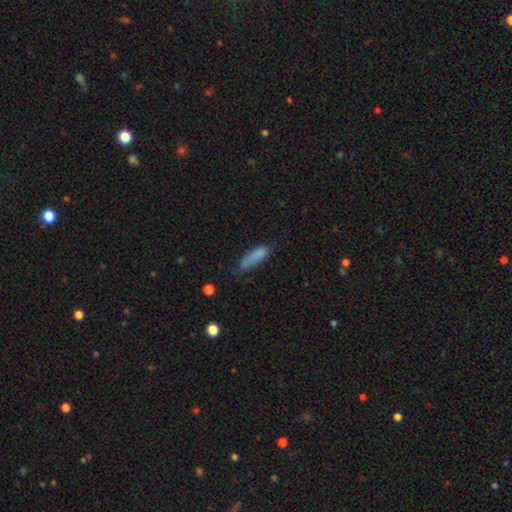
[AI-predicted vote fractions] The model was most divided on "how rounded": cigar-shaped: 59%, in between: 39%, round: 2%. More confident: smooth or featured — smooth (81%); merging — none (53%).